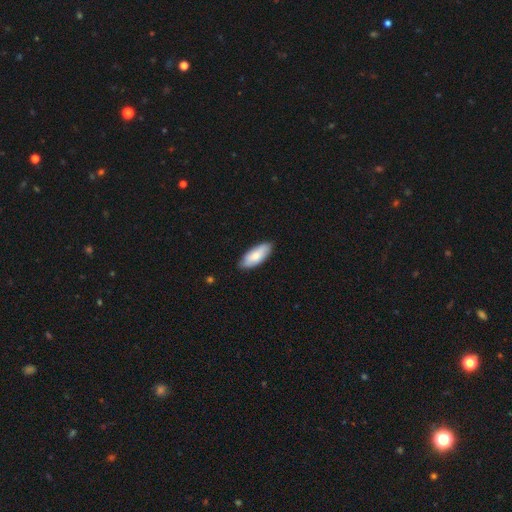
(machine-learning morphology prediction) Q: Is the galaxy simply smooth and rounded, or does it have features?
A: smooth — 78%.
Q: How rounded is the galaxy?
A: in between — 78%.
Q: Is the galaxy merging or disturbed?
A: none — 86%.